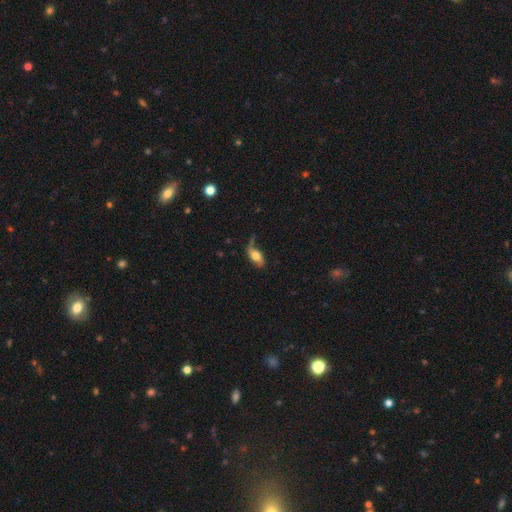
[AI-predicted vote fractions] A smooth galaxy with no disk features (46%, tied with featured or disk).

Vote fractions:
- Smooth or featured? smooth: 46% (tied) / featured or disk: 46% (tied) / star or artifact: 8%
- Merging? none: 46% / minor disturbance: 30% / major disturbance: 20% / merger: 4%